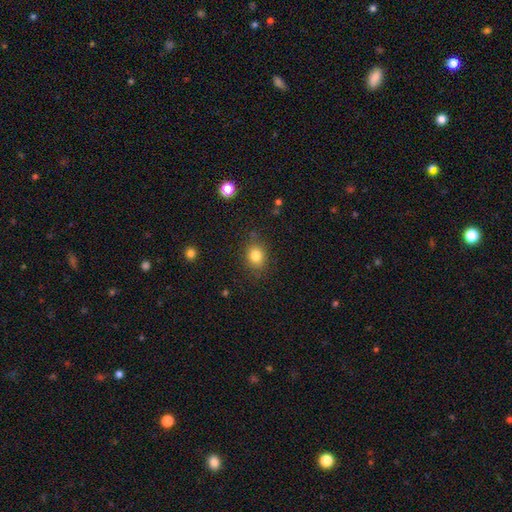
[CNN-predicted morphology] Overall: smooth (81%). How rounded: round (65%; in between 34%). Merging: none (82%).